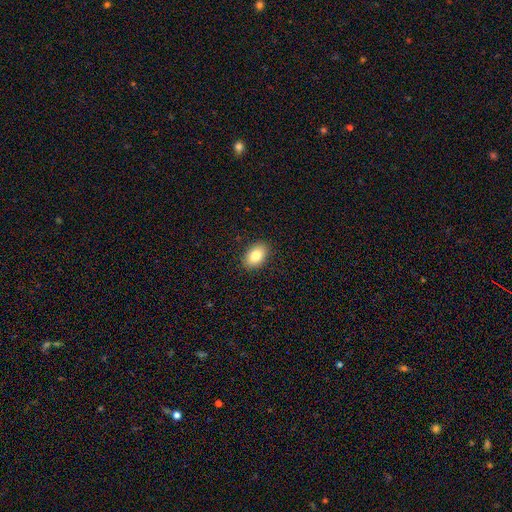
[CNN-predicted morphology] Smooth or featured? Predicted: smooth (p=0.85). How rounded? Predicted: in between (p=0.89). Merging? Predicted: none (p=0.88).